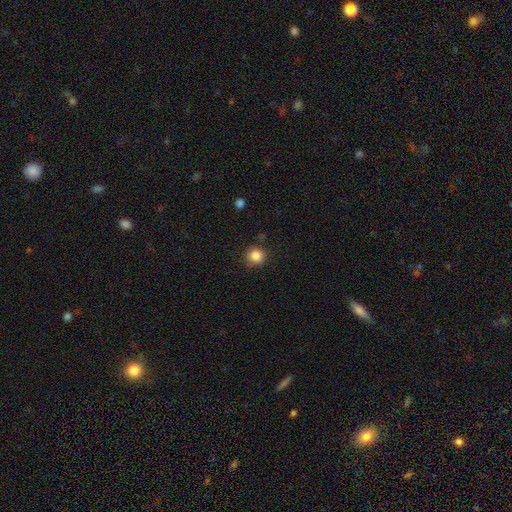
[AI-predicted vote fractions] smooth-or-featured: smooth: 85% | star or artifact: 11% | featured or disk: 4%
  how-rounded: round: 92% | in between: 7% | cigar-shaped: 1%
  merging: none: 85% | minor disturbance: 10% | major disturbance: 3% | merger: 2%